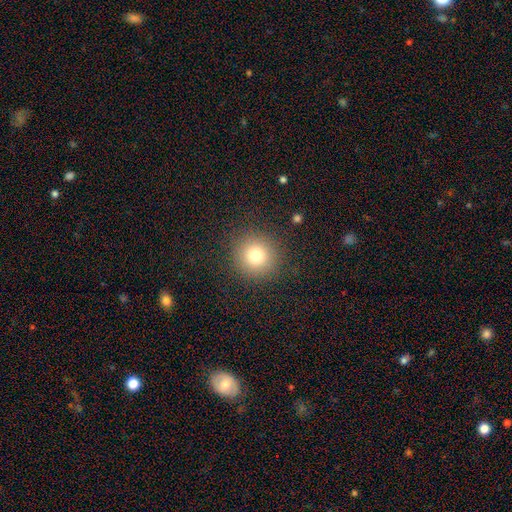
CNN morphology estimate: The model was most divided on "smooth or featured": smooth: 77%, star or artifact: 14%, featured or disk: 9%. More confident: how rounded — round (94%); merging — none (89%).